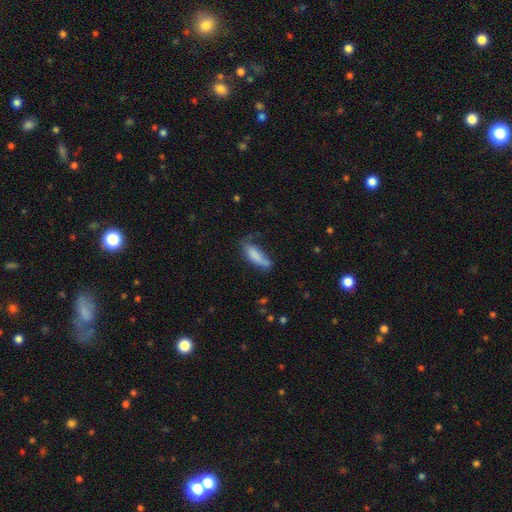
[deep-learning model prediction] A smooth galaxy with no disk features (78%) that is in between round and cigar-shaped (54%).

Vote fractions:
- Smooth or featured? smooth: 78% / featured or disk: 14% / star or artifact: 8%
- How rounded? in between: 54% / cigar-shaped: 44% / round: 2%
- Merging? none: 41% / minor disturbance: 32% / major disturbance: 18% / merger: 8%